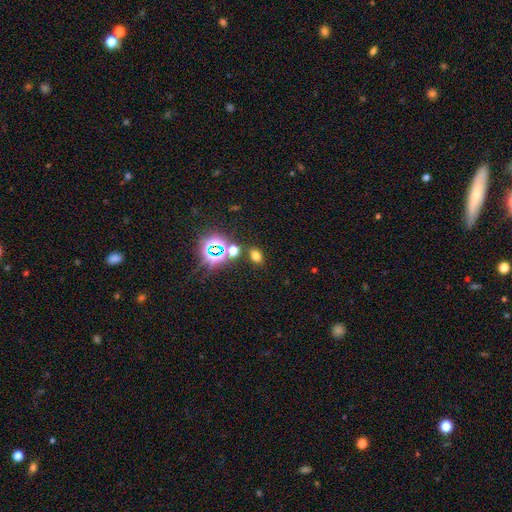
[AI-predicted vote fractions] The model was most divided on "smooth or featured": smooth: 63%, star or artifact: 30%, featured or disk: 7%. More confident: merging — none (81%); how rounded — in between (71%).